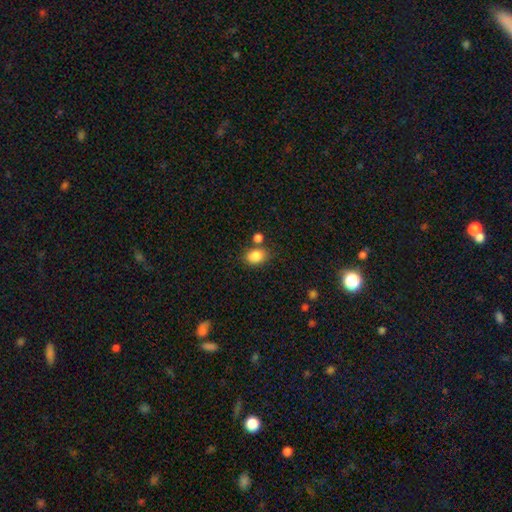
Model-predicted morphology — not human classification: smooth_or_featured: smooth (p=0.86) [alt: star or artifact p=0.09]
how_rounded: in between (p=0.70) [alt: round p=0.29]
merging: none (p=0.69) [alt: merger p=0.14]